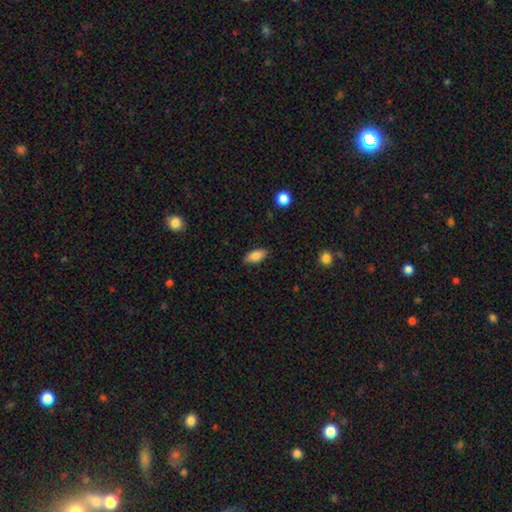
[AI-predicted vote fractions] This is clearly a smooth galaxy (83%). How rounded: clearly in between (89%). Merging: clearly none (85%).